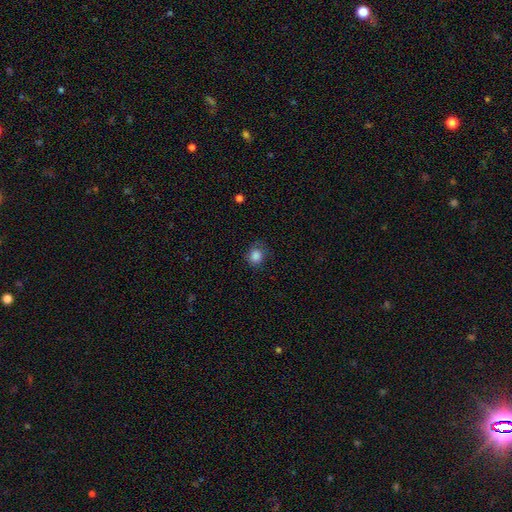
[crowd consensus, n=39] Smooth or featured: smooth — 82% (featured or disk — 10%)
How rounded: round — 78% (in between — 22%)
Merging: none — 61% (minor disturbance — 25%)